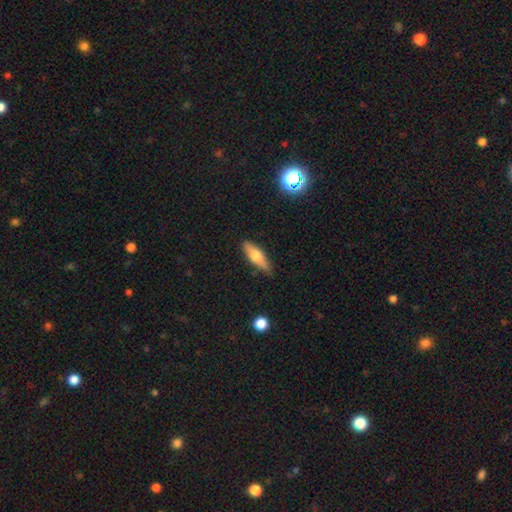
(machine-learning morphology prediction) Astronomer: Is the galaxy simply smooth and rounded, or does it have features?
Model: smooth — 60%.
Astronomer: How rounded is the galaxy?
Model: cigar-shaped — 49%, tied with in between at 49%.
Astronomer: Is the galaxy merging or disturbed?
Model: none — 84%.